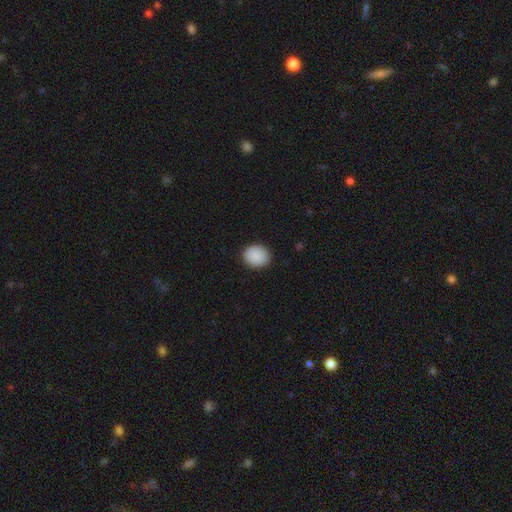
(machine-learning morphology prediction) Smooth or featured? Predicted: smooth (p=0.90). How rounded? Predicted: round (p=0.64). Merging? Predicted: none (p=0.90).